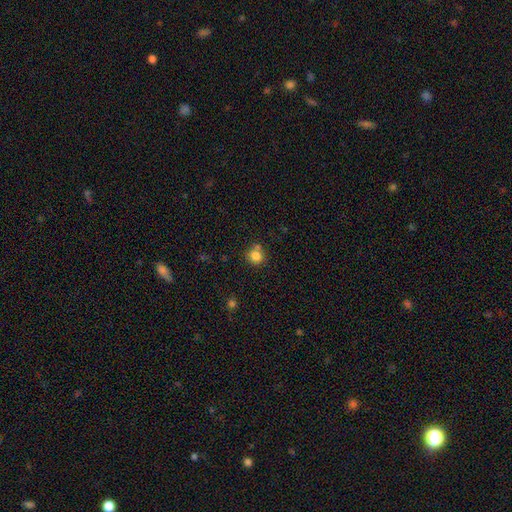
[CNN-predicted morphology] type=smooth (82%); roundness=round (85%); merging=none (66%).